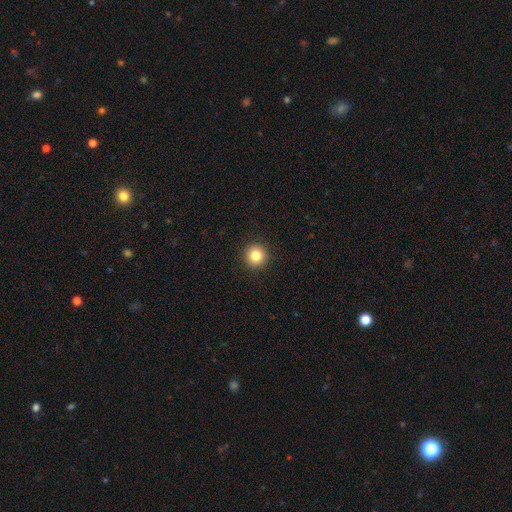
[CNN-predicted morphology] The model was most divided on "smooth or featured": smooth: 83%, star or artifact: 11%, featured or disk: 6%. More confident: how rounded — round (96%); merging — none (93%).